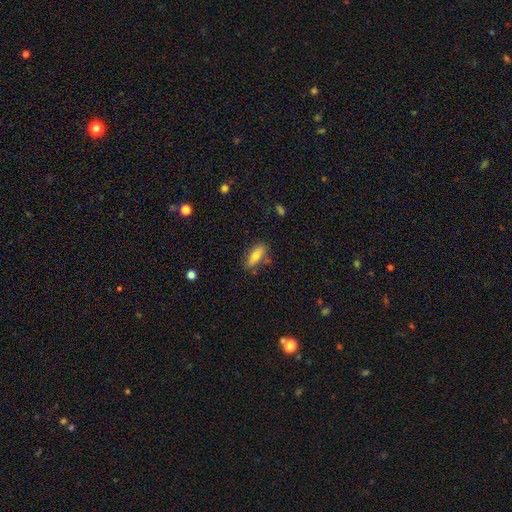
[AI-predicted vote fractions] smooth 75%, featured or disk 17%, star or artifact 8%. Down the decision tree: how rounded — in between (69%); merging — none (74%).